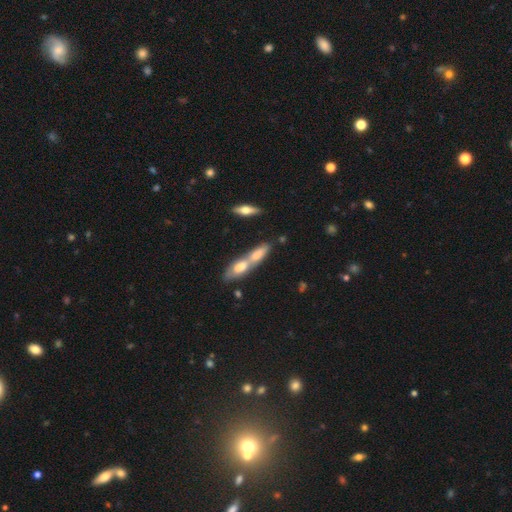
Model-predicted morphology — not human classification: smooth 50%, featured or disk 39%, star or artifact 11%. Down the decision tree: how rounded — cigar-shaped (52%); merging — merger (61%).